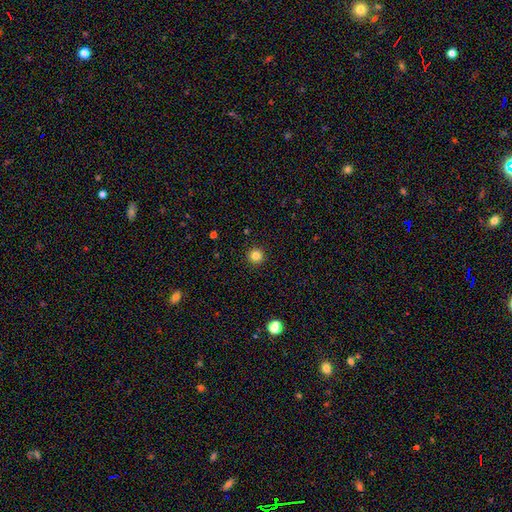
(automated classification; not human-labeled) Smooth or featured: smooth — 83% (star or artifact — 12%)
How rounded: round — 96% (in between — 3%)
Merging: none — 93% (minor disturbance — 4%)